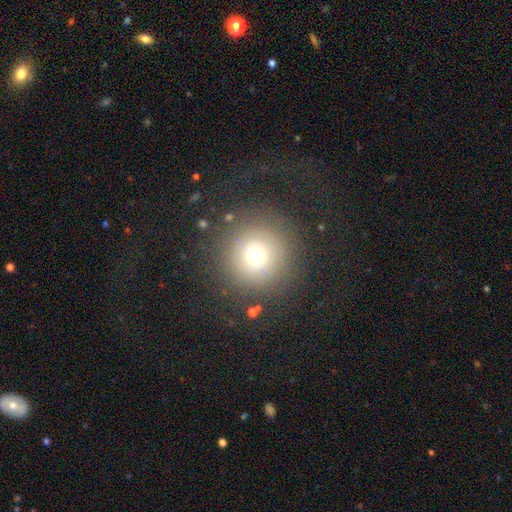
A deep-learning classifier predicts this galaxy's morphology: Q: Smooth or featured?
A: smooth (66%); runner-up: featured or disk (18%)
Q: How rounded?
A: round (96%); runner-up: in between (3%)
Q: Merging?
A: none (75%); runner-up: major disturbance (13%)